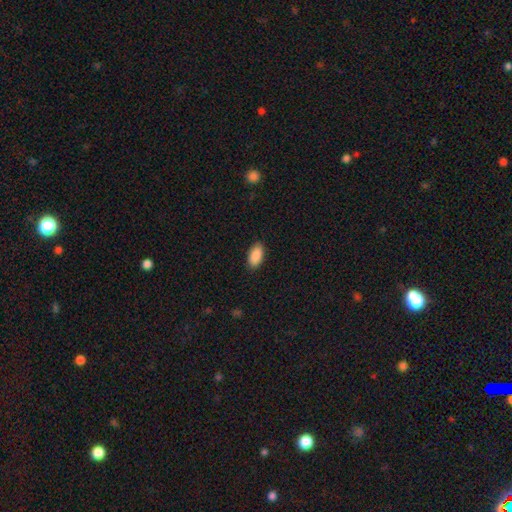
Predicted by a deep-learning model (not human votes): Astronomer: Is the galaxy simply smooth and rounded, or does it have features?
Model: smooth — 91%.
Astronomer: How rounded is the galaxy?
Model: in between — 94%.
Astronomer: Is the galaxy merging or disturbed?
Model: none — 89%.